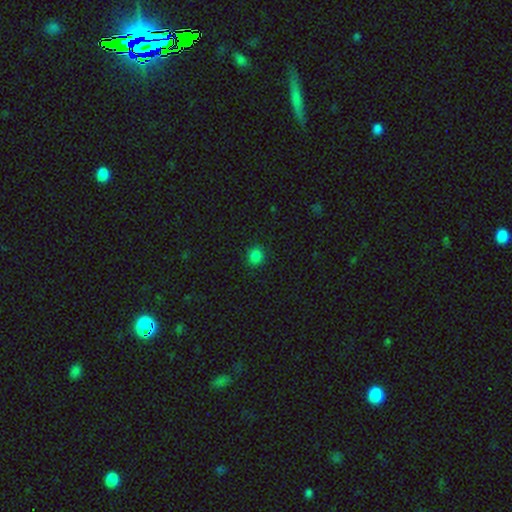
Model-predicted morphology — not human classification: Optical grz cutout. It shows a smooth galaxy with no disk features (83%) that is round (81%). Merging: none (89%).